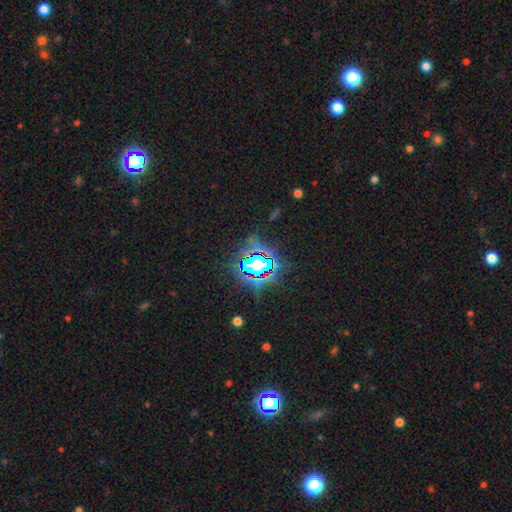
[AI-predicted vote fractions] The model was most divided on "smooth or featured": star or artifact: 80%, smooth: 11%, featured or disk: 8%.